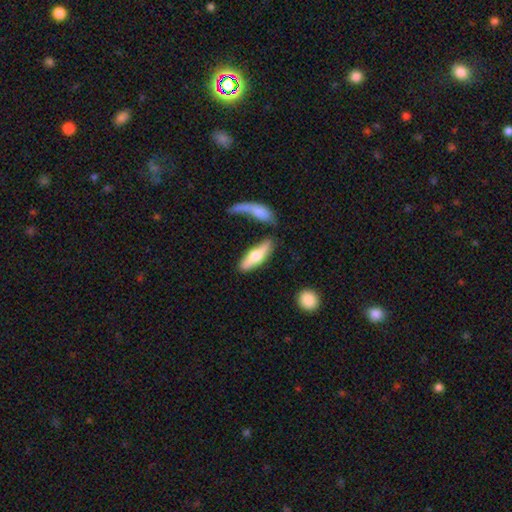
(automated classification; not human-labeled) This is possibly a smooth galaxy (55%). How rounded: possibly cigar-shaped (51%). Merging: likely none (66%).